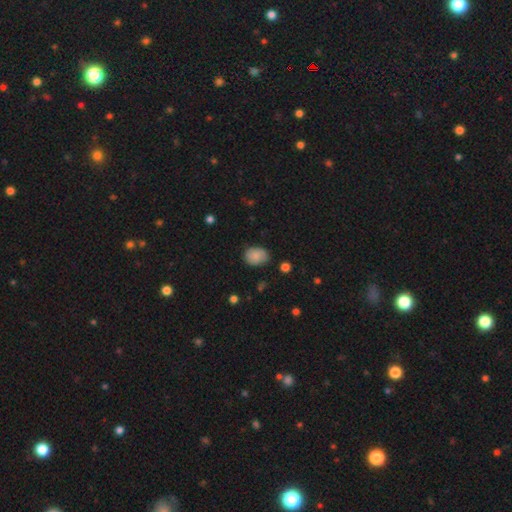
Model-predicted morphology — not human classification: Smooth or featured?
  - smooth: 81% *
  - featured or disk: 11%
  - star or artifact: 8%
How rounded?
  - in between: 63% *
  - round: 36%
  - cigar-shaped: 1%
Merging?
  - none: 76% *
  - minor disturbance: 19%
  - major disturbance: 4%
  - merger: 1%